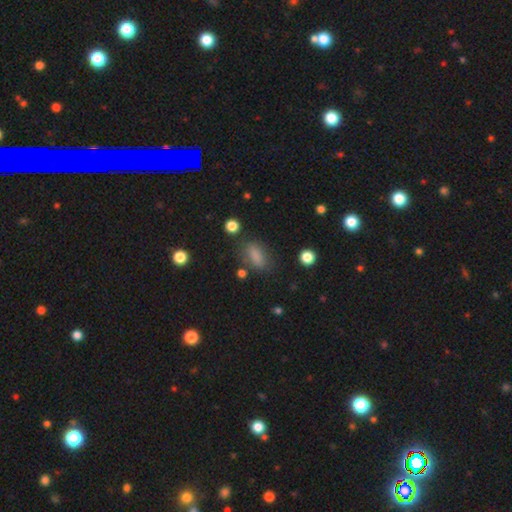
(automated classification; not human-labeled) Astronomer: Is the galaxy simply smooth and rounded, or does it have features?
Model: smooth — 79%.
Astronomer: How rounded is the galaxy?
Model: in between — 76%.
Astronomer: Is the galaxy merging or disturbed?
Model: none — 69%.